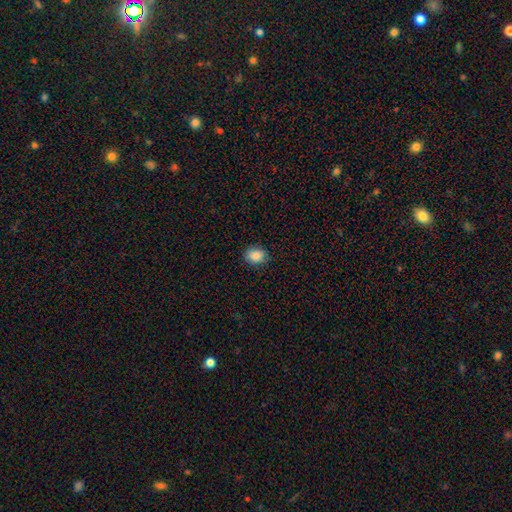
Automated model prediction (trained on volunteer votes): A smooth galaxy with no disk features (87%) that is in between round and cigar-shaped (54%).

Vote fractions:
- Smooth or featured? smooth: 87% / star or artifact: 9% / featured or disk: 4%
- How rounded? in between: 54% / round: 45% / cigar-shaped: 1%
- Merging? none: 86% / minor disturbance: 11% / major disturbance: 2% / merger: 1%